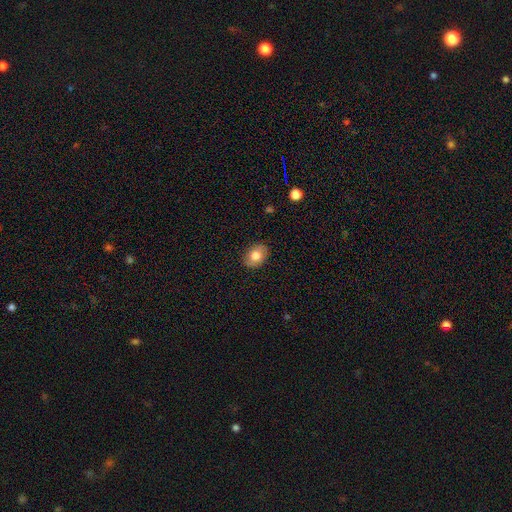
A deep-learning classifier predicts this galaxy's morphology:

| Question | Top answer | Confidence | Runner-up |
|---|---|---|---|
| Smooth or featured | smooth | 78% | featured or disk (14%) |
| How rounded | in between | 72% | round (27%) |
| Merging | none | 85% | minor disturbance (11%) |